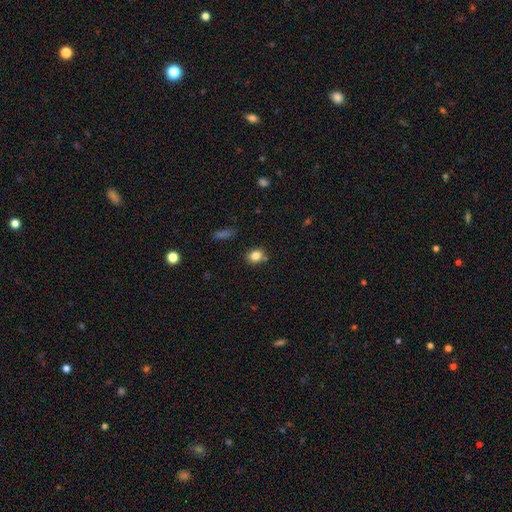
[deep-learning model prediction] Morphology: type=smooth (82%); roundness=round (59%); merging=none (74%).